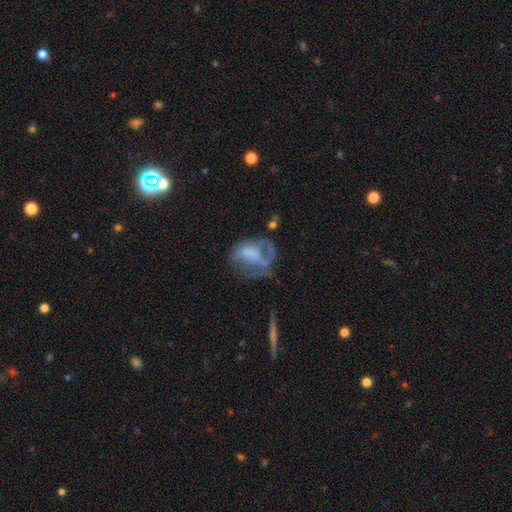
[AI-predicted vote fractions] Overall: featured or disk (50%; smooth 38%). Edge-on disk: no (96%). Merging: major disturbance (38%; none 34%).